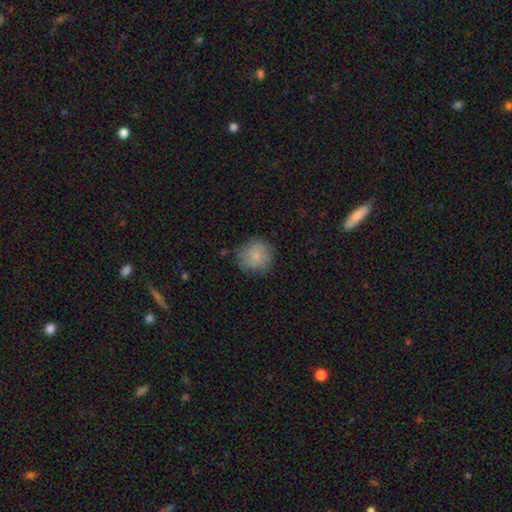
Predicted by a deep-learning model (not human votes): smooth_or_featured: smooth (p=0.76) [alt: featured or disk p=0.16]
how_rounded: round (p=0.91) [alt: in between p=0.08]
merging: none (p=0.77) [alt: minor disturbance p=0.17]